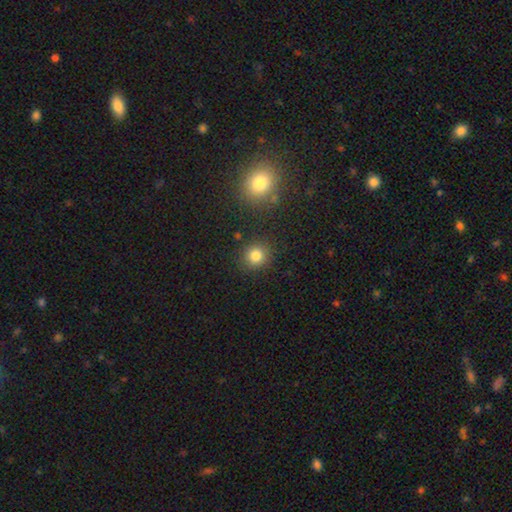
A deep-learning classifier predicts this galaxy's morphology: Smooth or featured?
  - smooth: 81% *
  - star or artifact: 13%
  - featured or disk: 6%
How rounded?
  - round: 86% *
  - in between: 13%
  - cigar-shaped: 1%
Merging?
  - none: 87% *
  - minor disturbance: 8%
  - merger: 3%
  - major disturbance: 3%